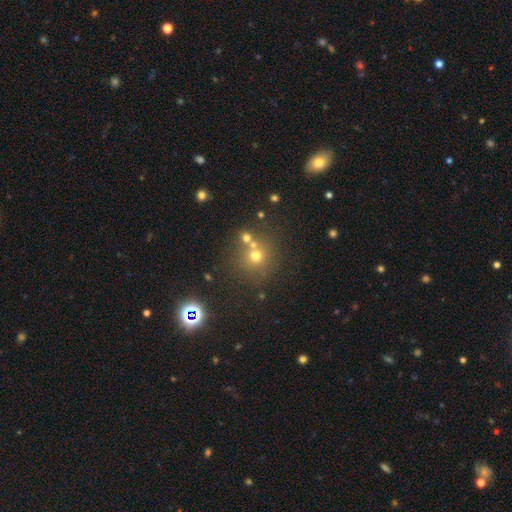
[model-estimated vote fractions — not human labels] Overall: smooth (65%). How rounded: round (89%). Merging: none (64%).